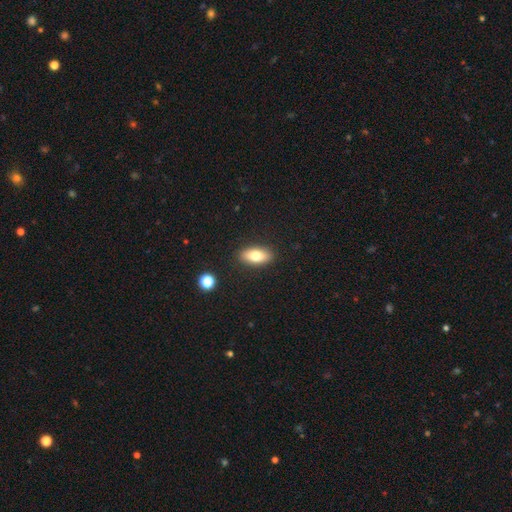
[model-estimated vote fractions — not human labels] This is likely a smooth galaxy (77%). How rounded: clearly in between (84%). Merging: clearly none (88%).